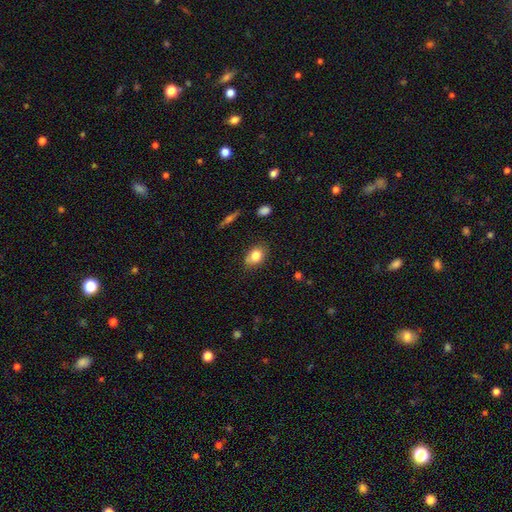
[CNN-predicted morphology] Smooth or featured?
  - smooth: 79% *
  - featured or disk: 11%
  - star or artifact: 10%
How rounded?
  - in between: 68% *
  - round: 30%
  - cigar-shaped: 2%
Merging?
  - none: 72% *
  - minor disturbance: 20%
  - major disturbance: 4%
  - merger: 4%